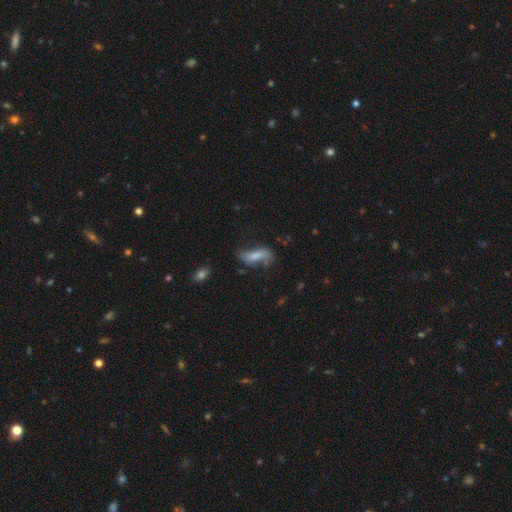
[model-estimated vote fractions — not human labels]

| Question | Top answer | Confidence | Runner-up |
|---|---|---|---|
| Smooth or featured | smooth | 59% | featured or disk (31%) |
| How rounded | in between | 67% | cigar-shaped (29%) |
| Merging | none | 48% | minor disturbance (29%) |